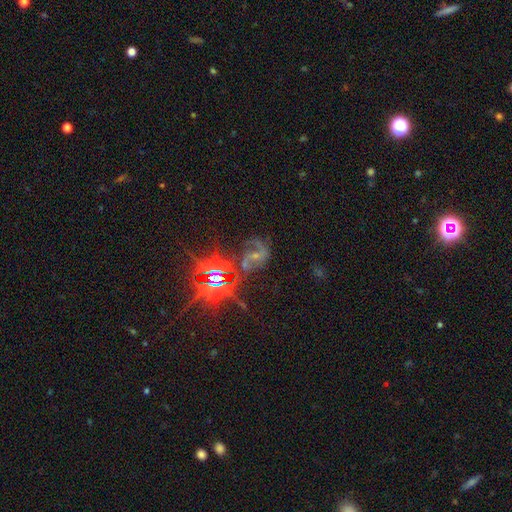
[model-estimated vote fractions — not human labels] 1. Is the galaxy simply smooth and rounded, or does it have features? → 61% featured or disk, 29% star or artifact, 10% smooth.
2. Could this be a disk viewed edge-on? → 96% no, 4% yes.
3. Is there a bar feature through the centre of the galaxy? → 43% no, 36% weak, 21% strong.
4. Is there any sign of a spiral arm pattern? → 90% yes, 10% no.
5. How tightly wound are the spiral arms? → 49% loose, 40% medium, 11% tight.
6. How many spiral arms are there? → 79% 2, 10% 1, 6% can't tell, 2% 3, 1% 4, 1% more than 4.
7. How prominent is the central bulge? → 56% small, 29% moderate, 12% none, 2% large, 1% dominant.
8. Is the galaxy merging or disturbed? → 51% none, 23% major disturbance, 19% minor disturbance, 7% merger.